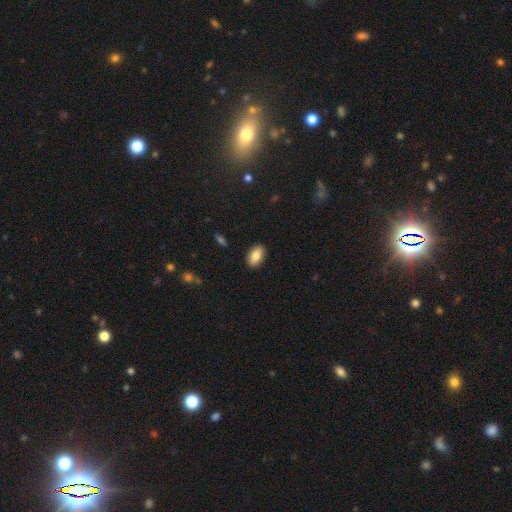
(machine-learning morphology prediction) This appears to be a smooth galaxy with no disk features (82%) that is in between round and cigar-shaped (90%). Merging: none (89%).